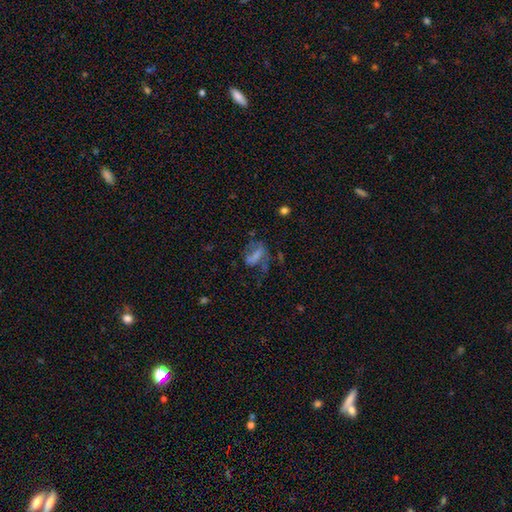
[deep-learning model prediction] This is possibly a smooth galaxy (46%). Merging: marginally major disturbance (42%).